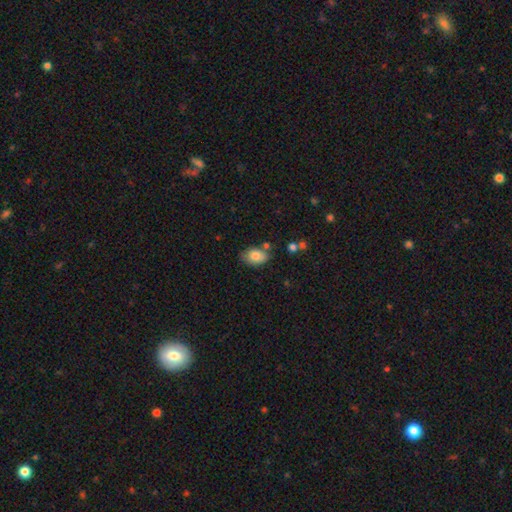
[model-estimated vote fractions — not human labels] smooth 82%, featured or disk 10%, star or artifact 8%. Down the decision tree: how rounded — in between (87%); merging — none (65%).